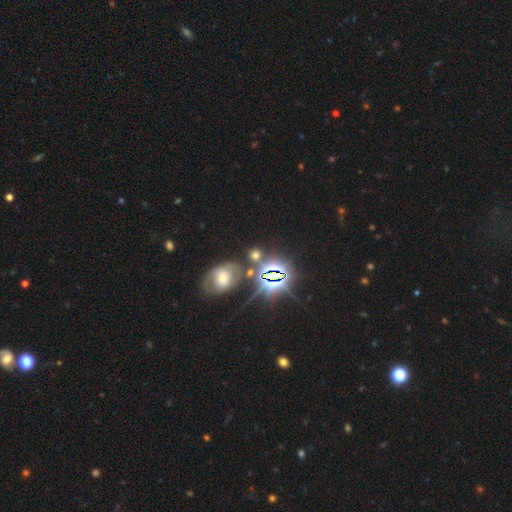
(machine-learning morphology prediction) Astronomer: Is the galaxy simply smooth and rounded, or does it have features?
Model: star or artifact — 49% (runner-up: smooth, 37%).